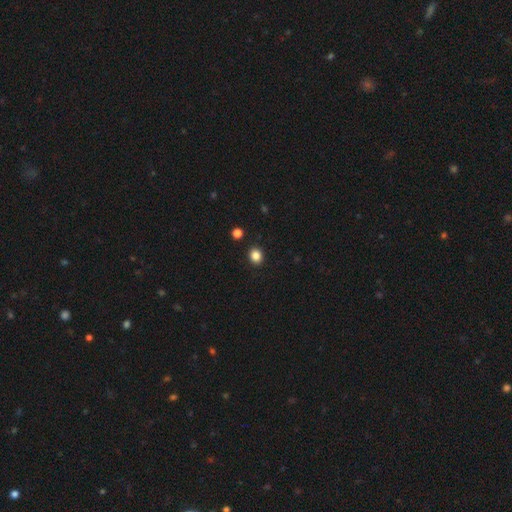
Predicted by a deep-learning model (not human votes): smooth_or_featured: smooth (p=0.85) [alt: star or artifact p=0.11]
how_rounded: round (p=0.68) [alt: in between p=0.31]
merging: none (p=0.90) [alt: minor disturbance p=0.06]